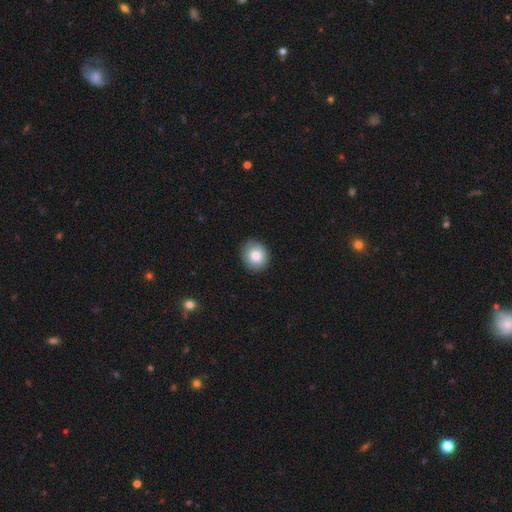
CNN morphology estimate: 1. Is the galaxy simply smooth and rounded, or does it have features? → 81% smooth, 11% featured or disk, 8% star or artifact.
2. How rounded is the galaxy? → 80% round, 19% in between, 1% cigar-shaped.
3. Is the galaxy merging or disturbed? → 90% none, 8% minor disturbance, 2% major disturbance, 1% merger.